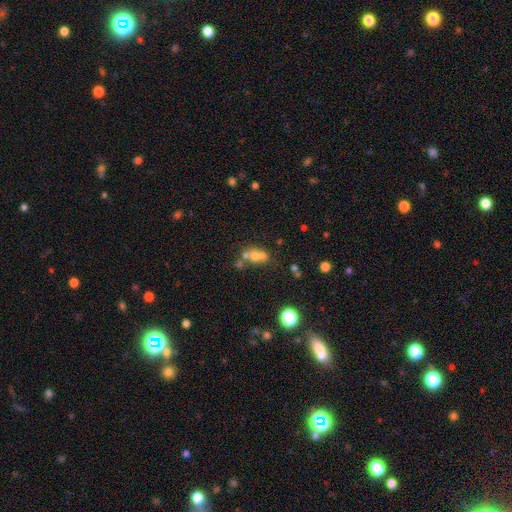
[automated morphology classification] This appears to be a smooth galaxy with no disk features (53%) that is round (66%). Merging: merger (52%).